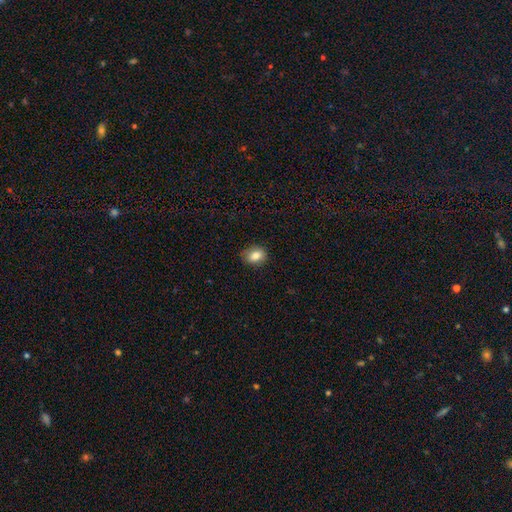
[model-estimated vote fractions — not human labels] Smooth or featured? Predicted: smooth (p=0.83). How rounded? Predicted: in between (p=0.61). Merging? Predicted: none (p=0.80).